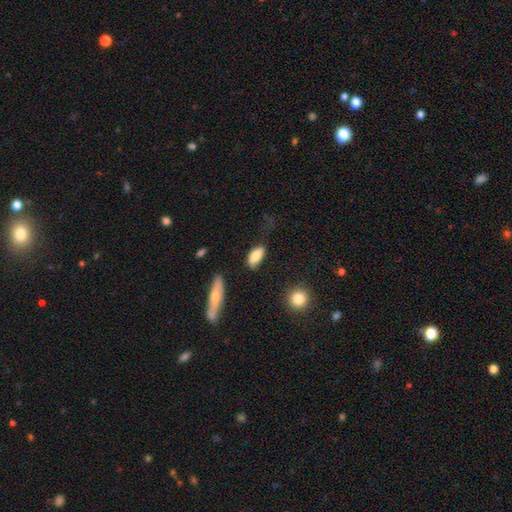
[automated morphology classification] Q: Smooth or featured?
A: smooth (80%); runner-up: featured or disk (13%)
Q: How rounded?
A: in between (86%); runner-up: cigar-shaped (10%)
Q: Merging?
A: none (65%); runner-up: minor disturbance (25%)